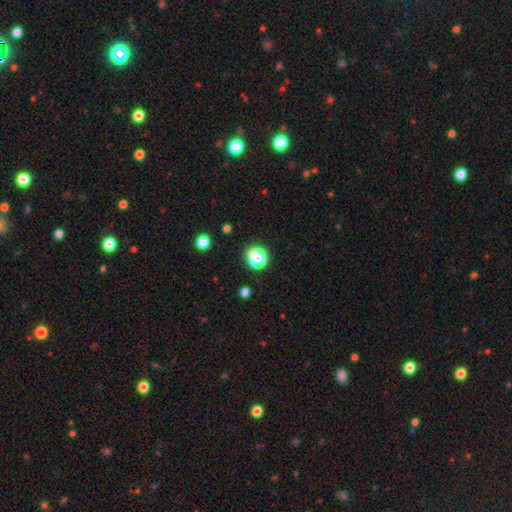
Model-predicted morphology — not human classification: smooth-or-featured: smooth: 81% | star or artifact: 14% | featured or disk: 5%
  how-rounded: round: 84% | in between: 15% | cigar-shaped: 1%
  merging: none: 80% | minor disturbance: 11% | merger: 5% | major disturbance: 4%